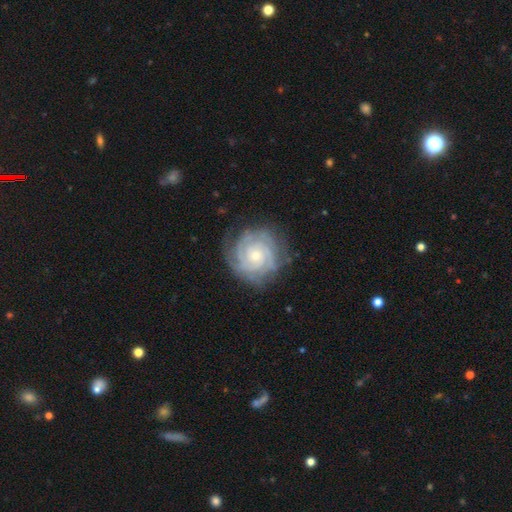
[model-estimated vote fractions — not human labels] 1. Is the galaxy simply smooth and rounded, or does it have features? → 86% featured or disk, 8% smooth, 6% star or artifact.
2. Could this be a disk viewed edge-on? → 98% no, 2% yes.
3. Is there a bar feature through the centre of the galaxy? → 76% no, 20% weak, 4% strong.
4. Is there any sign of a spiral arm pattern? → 97% yes, 3% no.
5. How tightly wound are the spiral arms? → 78% tight, 19% medium, 3% loose.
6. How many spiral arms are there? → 28% 3, 24% can't tell, 20% 2, 16% 4, 6% more than 4, 6% 1.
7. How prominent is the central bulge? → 63% small, 33% moderate, 2% large, 2% none, 1% dominant.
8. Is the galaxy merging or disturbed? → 78% none, 15% minor disturbance, 5% major disturbance, 1% merger.